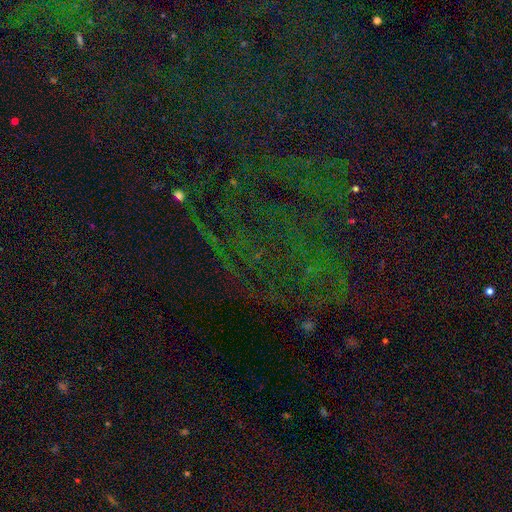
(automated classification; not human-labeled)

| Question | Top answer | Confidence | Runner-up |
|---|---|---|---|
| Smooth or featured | star or artifact | 76% | smooth (13%) |